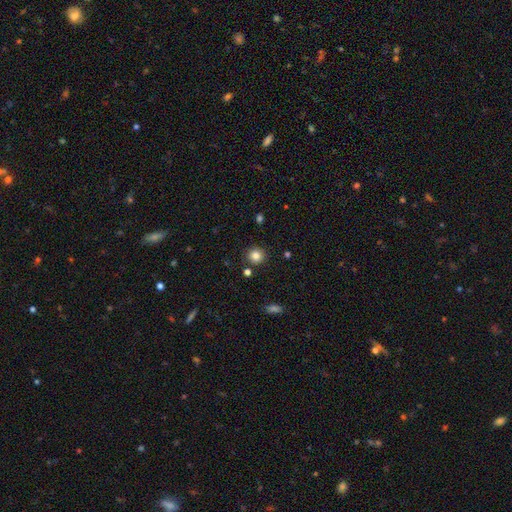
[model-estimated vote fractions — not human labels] Smooth or featured? smooth (83%)
How rounded? round (92%)
Merging? none (88%)